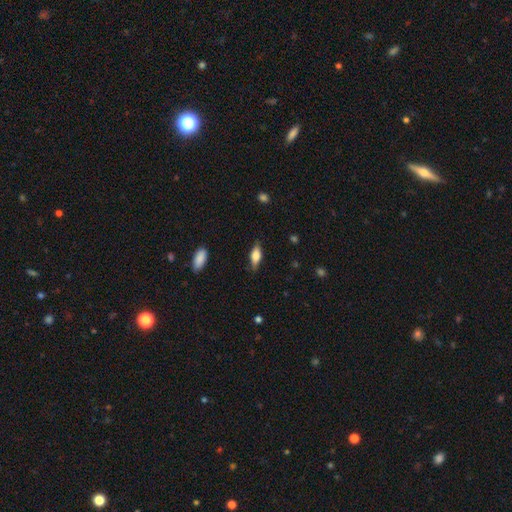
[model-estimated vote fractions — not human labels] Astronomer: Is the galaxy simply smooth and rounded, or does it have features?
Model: smooth — 63%.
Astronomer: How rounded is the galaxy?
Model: in between — 71%.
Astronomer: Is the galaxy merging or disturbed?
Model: none — 81%.